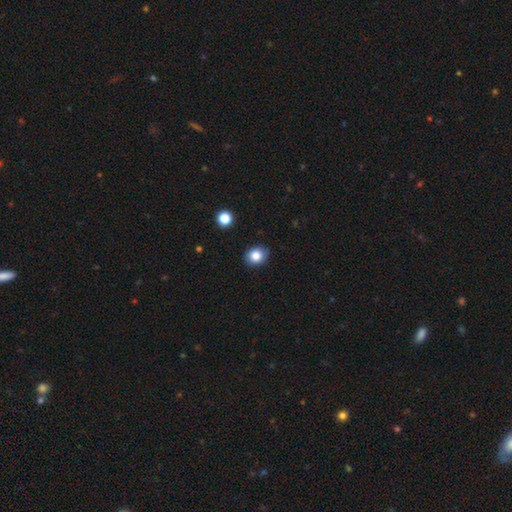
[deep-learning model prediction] This appears to be a smooth galaxy with no disk features (84%) that is round (56%). Merging: none (86%).